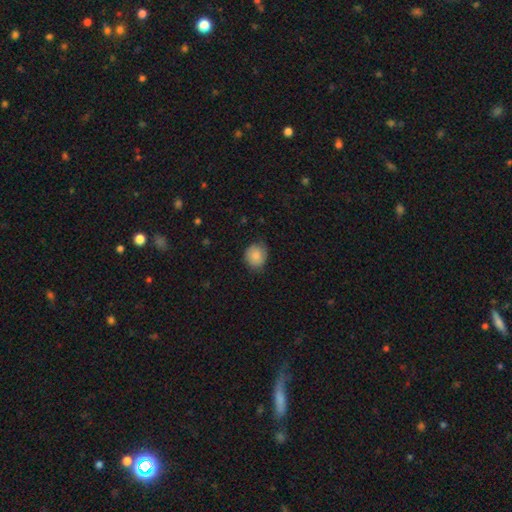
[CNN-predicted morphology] smooth_or_featured: smooth (p=0.84) [alt: featured or disk p=0.08]
how_rounded: round (p=0.76) [alt: in between p=0.24]
merging: none (p=0.75) [alt: minor disturbance p=0.20]